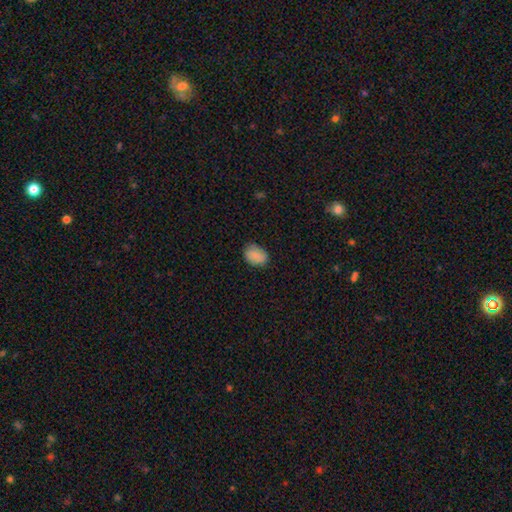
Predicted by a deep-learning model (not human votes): This is clearly a smooth galaxy (87%). How rounded: likely in between (72%). Merging: clearly none (81%).